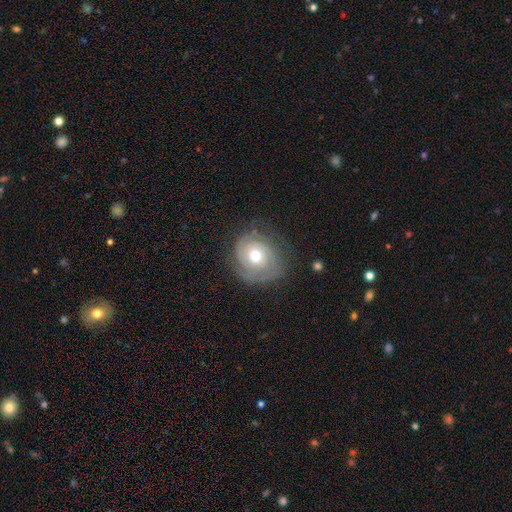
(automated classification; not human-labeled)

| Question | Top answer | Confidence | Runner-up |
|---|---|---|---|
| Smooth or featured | featured or disk | 69% | smooth (23%) |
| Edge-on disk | no | 97% | yes (3%) |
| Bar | no | 84% | weak (13%) |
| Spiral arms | yes | 82% | no (18%) |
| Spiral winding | tight | 70% | medium (22%) |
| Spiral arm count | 2 | 34% | can't tell (33%) |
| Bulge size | moderate | 76% | small (16%) |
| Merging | none | 69% | minor disturbance (20%) |